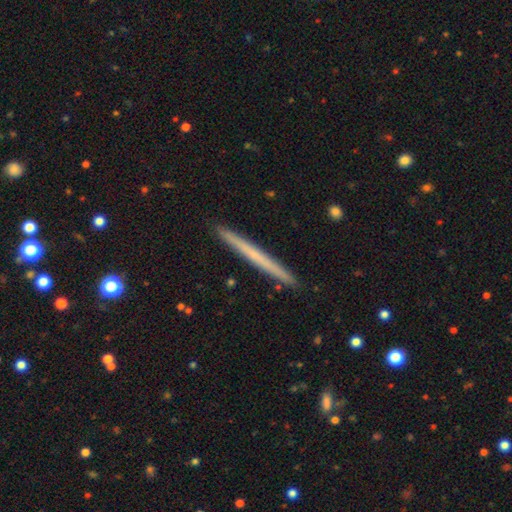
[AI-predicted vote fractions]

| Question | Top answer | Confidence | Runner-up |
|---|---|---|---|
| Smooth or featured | smooth | 49% | featured or disk (45%) |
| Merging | none | 92% | minor disturbance (5%) |